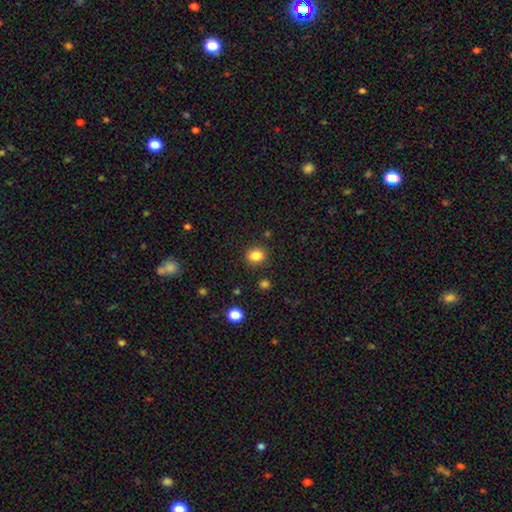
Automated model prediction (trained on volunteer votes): Smooth or featured? smooth (85%)
How rounded? in between (55%)
Merging? none (84%)